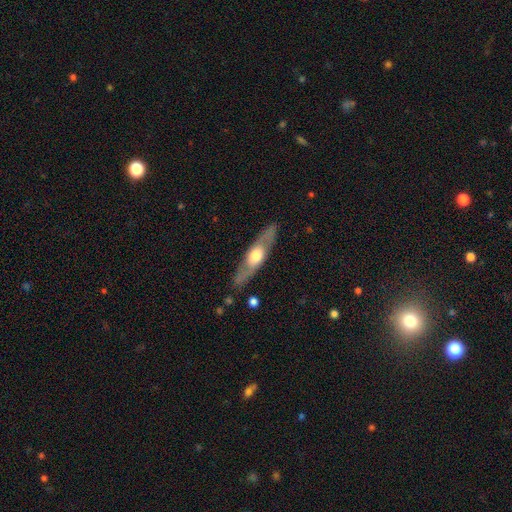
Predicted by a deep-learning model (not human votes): Q: Smooth or featured?
A: featured or disk (61%); runner-up: smooth (34%)
Q: Edge-on disk?
A: yes (63%); runner-up: no (37%)
Q: Merging?
A: none (85%); runner-up: minor disturbance (11%)